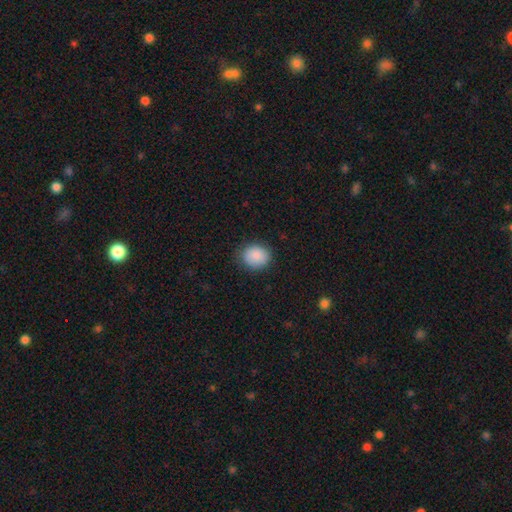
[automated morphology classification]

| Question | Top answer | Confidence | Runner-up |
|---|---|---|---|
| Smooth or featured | smooth | 89% | star or artifact (8%) |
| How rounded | round | 70% | in between (29%) |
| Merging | none | 84% | minor disturbance (12%) |